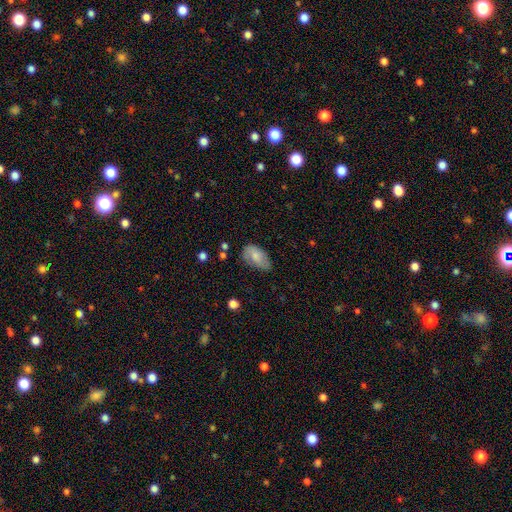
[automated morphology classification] Smooth or featured: smooth — 74% (featured or disk — 19%)
How rounded: in between — 93% (round — 5%)
Merging: none — 52% (minor disturbance — 35%)